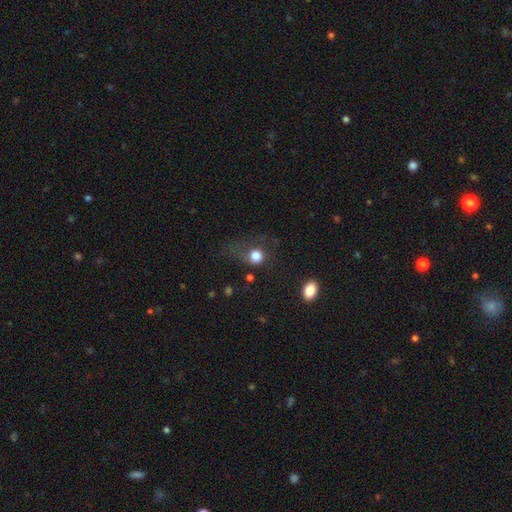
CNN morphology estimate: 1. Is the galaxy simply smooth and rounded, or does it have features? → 80% smooth, 11% star or artifact, 10% featured or disk.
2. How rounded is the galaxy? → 81% round, 18% in between, 1% cigar-shaped.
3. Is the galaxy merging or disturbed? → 44% none, 33% major disturbance, 19% minor disturbance, 4% merger.